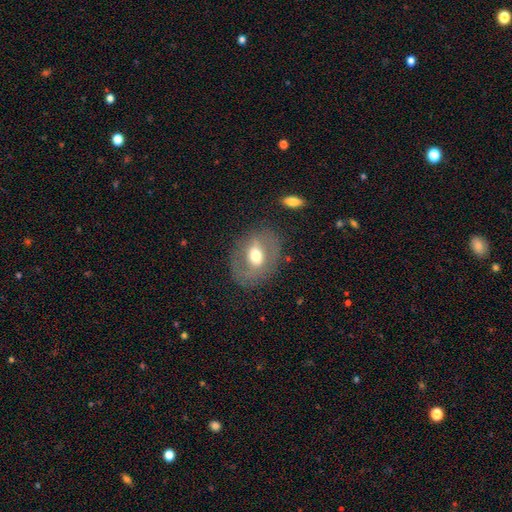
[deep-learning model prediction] Smooth or featured: featured or disk — 51% (smooth — 41%)
Edge-on disk: no — 89% (yes — 11%)
Merging: none — 75% (minor disturbance — 15%)